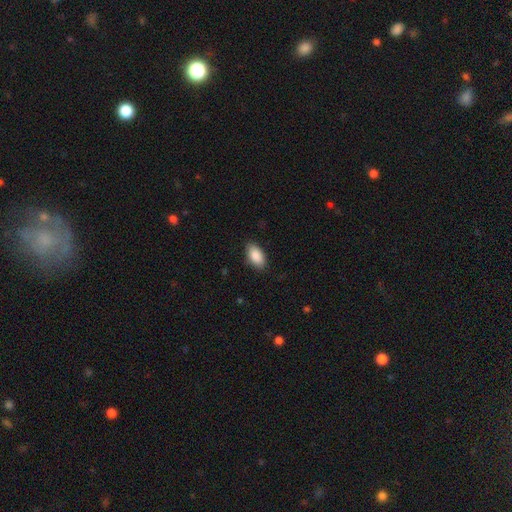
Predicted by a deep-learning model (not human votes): smooth-or-featured: smooth: 90% | star or artifact: 6% | featured or disk: 4%
  how-rounded: in between: 94% | round: 3% | cigar-shaped: 3%
  merging: none: 86% | minor disturbance: 11% | major disturbance: 2% | merger: 1%